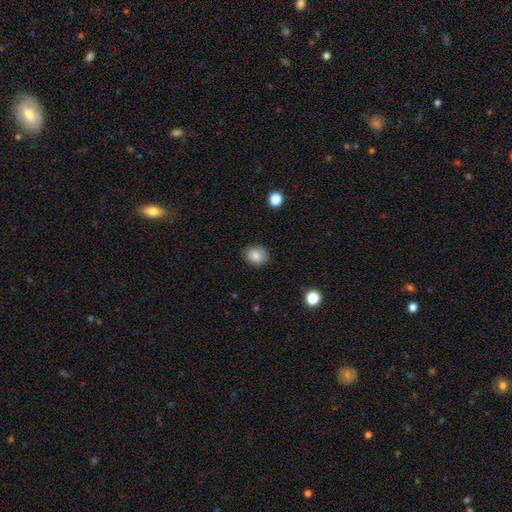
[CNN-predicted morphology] The model was most divided on "how rounded": round: 71%, in between: 28%, cigar-shaped: 1%. More confident: smooth or featured — smooth (84%); merging — none (82%).